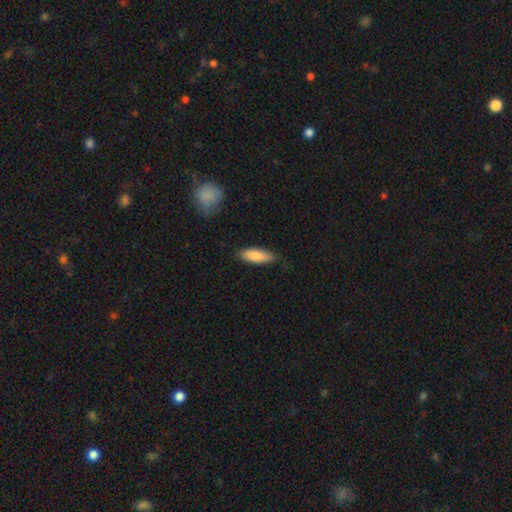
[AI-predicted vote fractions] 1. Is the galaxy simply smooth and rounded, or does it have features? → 85% smooth, 9% featured or disk, 6% star or artifact.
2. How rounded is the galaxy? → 62% in between, 37% cigar-shaped, 2% round.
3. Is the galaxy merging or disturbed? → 80% none, 16% minor disturbance, 3% major disturbance, 1% merger.